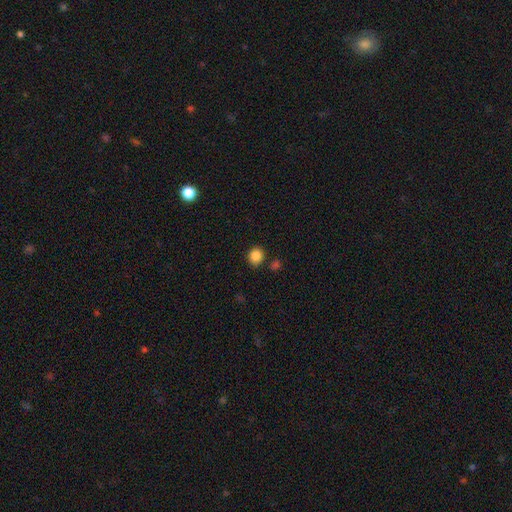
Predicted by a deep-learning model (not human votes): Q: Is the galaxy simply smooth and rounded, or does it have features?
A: smooth — 86%.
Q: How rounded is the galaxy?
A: round — 81%.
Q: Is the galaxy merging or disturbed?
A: none — 85%.